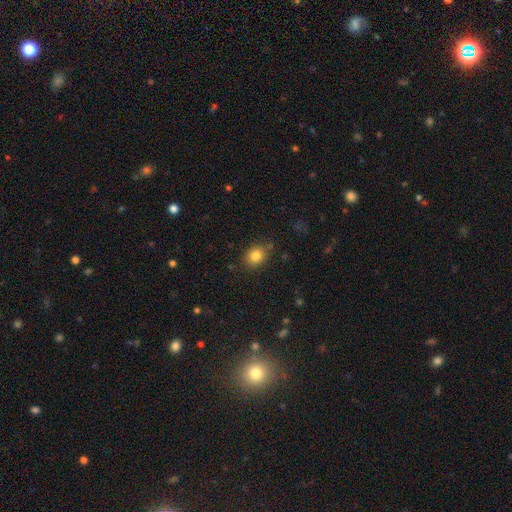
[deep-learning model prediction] smooth 83%, star or artifact 11%, featured or disk 7%. Down the decision tree: how rounded — round (57%); merging — none (82%).